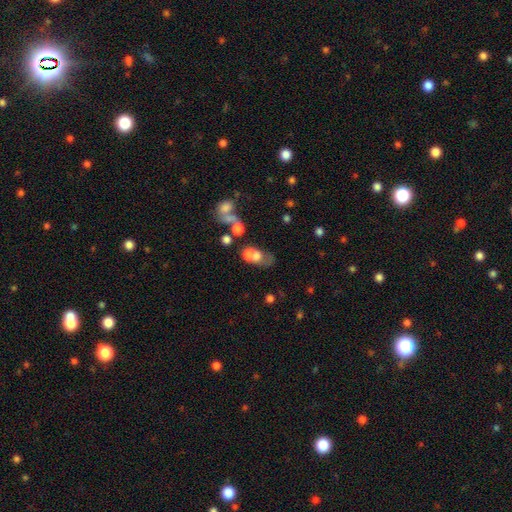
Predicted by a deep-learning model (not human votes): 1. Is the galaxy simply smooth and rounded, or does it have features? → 59% smooth, 27% featured or disk, 14% star or artifact.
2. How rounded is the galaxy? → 57% in between, 40% round, 3% cigar-shaped.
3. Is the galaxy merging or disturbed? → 62% merger, 19% none, 11% major disturbance, 9% minor disturbance.